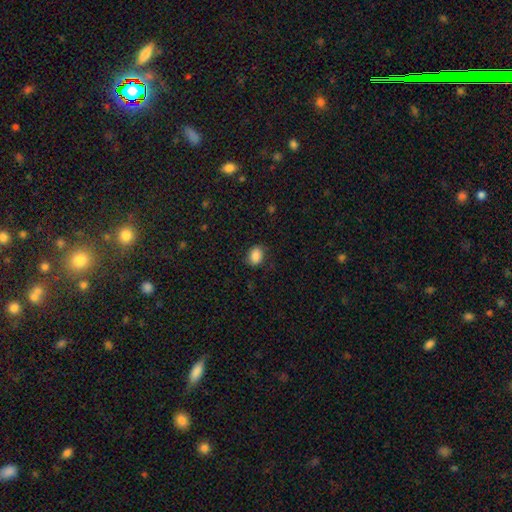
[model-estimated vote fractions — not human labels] This is clearly a smooth galaxy (87%). How rounded: likely in between (68%). Merging: clearly none (81%).